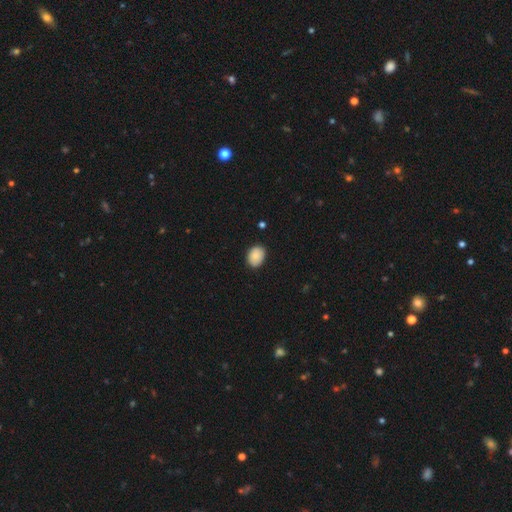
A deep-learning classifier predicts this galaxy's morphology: Q: Smooth or featured?
A: smooth (85%); runner-up: featured or disk (8%)
Q: How rounded?
A: in between (64%); runner-up: round (35%)
Q: Merging?
A: none (85%); runner-up: minor disturbance (12%)